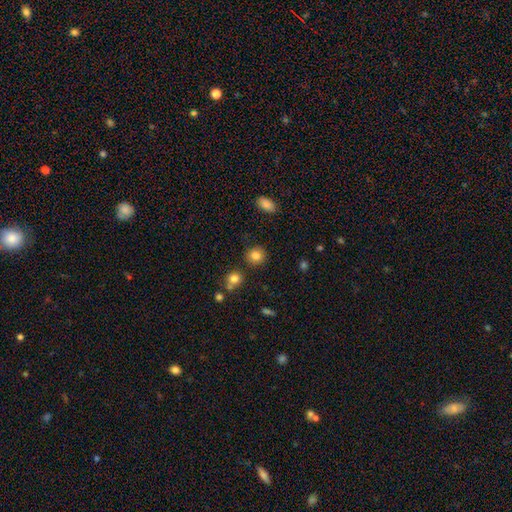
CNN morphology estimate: Q: Smooth or featured?
A: smooth (83%); runner-up: star or artifact (11%)
Q: How rounded?
A: round (88%); runner-up: in between (11%)
Q: Merging?
A: none (87%); runner-up: minor disturbance (7%)